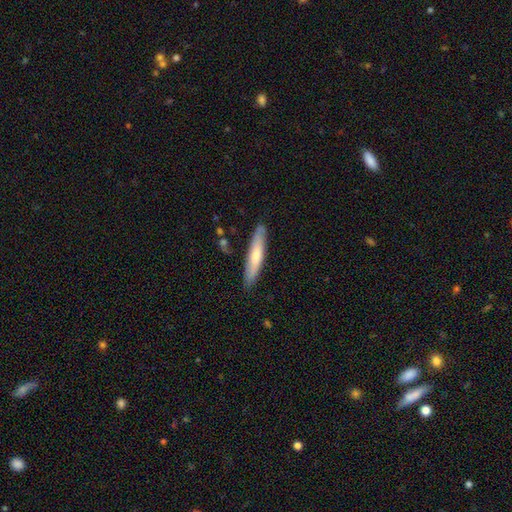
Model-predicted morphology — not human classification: smooth-or-featured: smooth: 63% | featured or disk: 32% | star or artifact: 5%
  how-rounded: cigar-shaped: 89% | in between: 10% | round: 1%
  merging: none: 85% | minor disturbance: 11% | major disturbance: 2% | merger: 2%